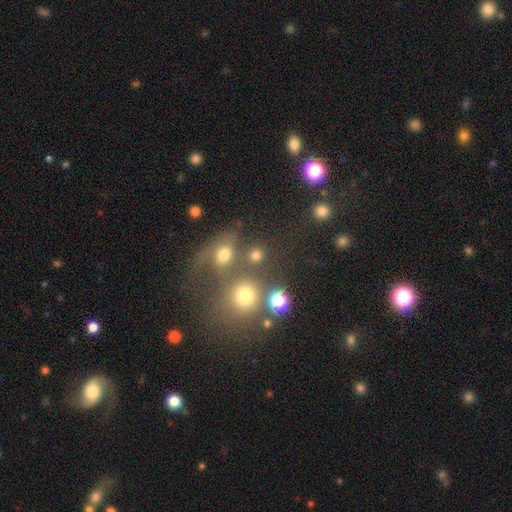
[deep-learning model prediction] smooth-or-featured: smooth: 75% | star or artifact: 17% | featured or disk: 8%
  how-rounded: round: 83% | in between: 15% | cigar-shaped: 1%
  merging: none: 62% | merger: 23% | minor disturbance: 9% | major disturbance: 7%